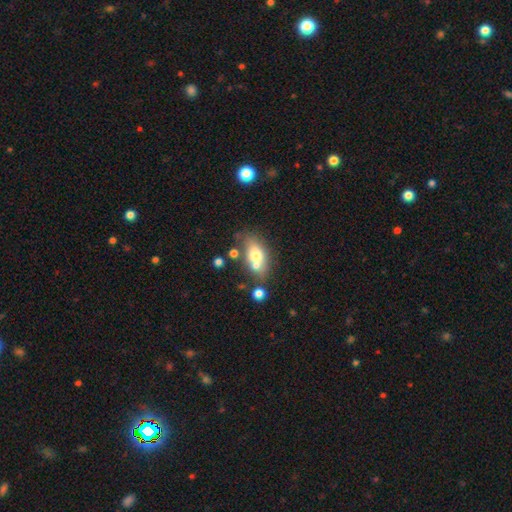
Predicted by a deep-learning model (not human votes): smooth 66%, featured or disk 25%, star or artifact 9%. Down the decision tree: how rounded — in between (78%); merging — none (47%).